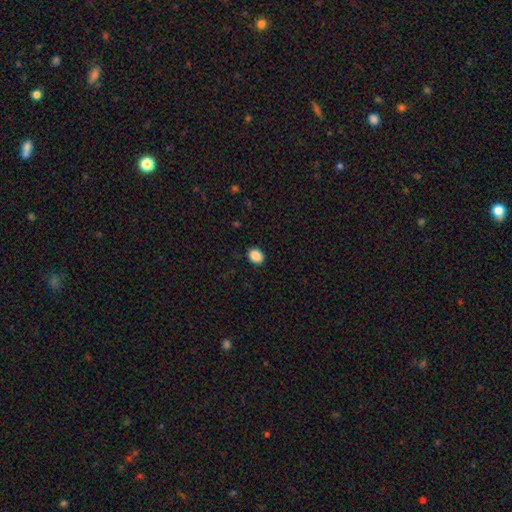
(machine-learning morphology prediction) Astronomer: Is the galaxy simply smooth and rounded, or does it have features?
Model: smooth — 89%.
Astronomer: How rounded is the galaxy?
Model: in between — 56% (runner-up: round, 43%).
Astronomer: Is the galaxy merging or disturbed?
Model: none — 89%.